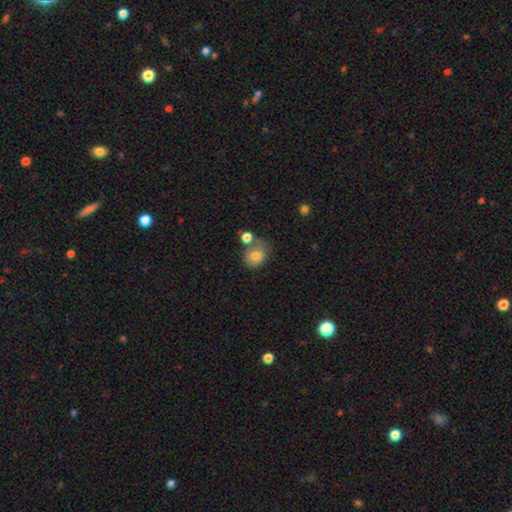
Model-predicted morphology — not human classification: Overall: smooth (75%). How rounded: in between (51%; round 48%). Merging: none (43%; merger 27%).